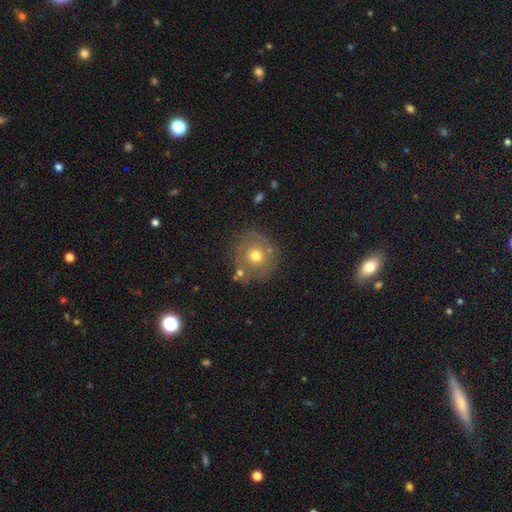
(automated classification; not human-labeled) Overall: smooth (56%; featured or disk 33%). How rounded: round (89%). Merging: none (73%).